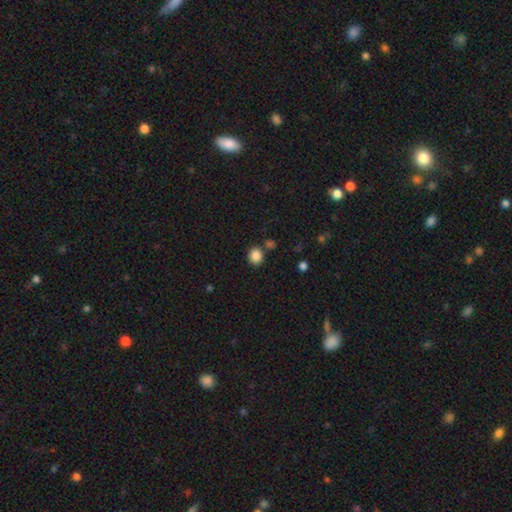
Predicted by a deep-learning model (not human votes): smooth_or_featured: smooth (p=0.86) [alt: star or artifact p=0.10]
how_rounded: round (p=0.78) [alt: in between p=0.21]
merging: none (p=0.80) [alt: minor disturbance p=0.09]